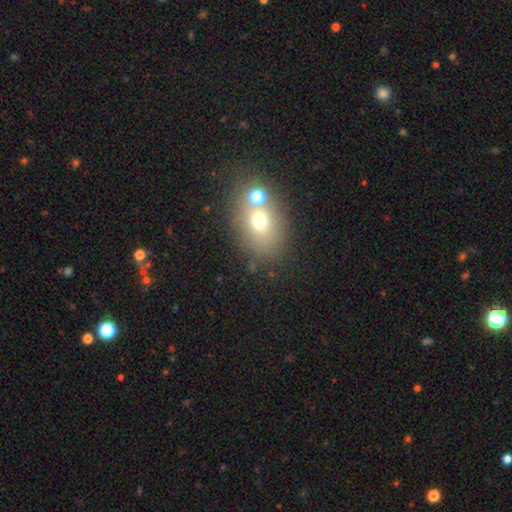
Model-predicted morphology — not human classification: A smooth galaxy with no disk features (60%) that is in between round and cigar-shaped (58%). Merging: none (53%).